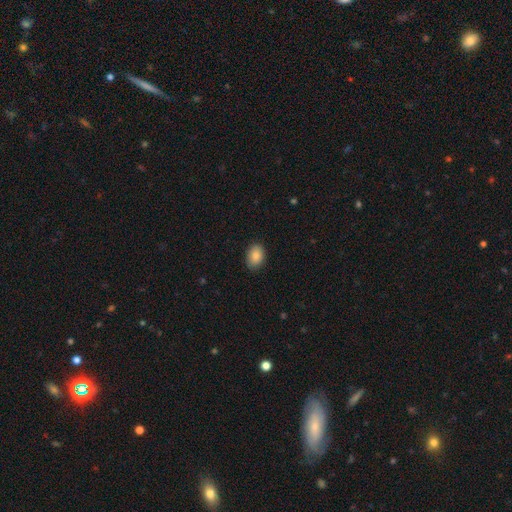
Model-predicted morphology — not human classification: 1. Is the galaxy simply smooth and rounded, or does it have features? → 87% smooth, 8% star or artifact, 6% featured or disk.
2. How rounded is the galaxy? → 78% in between, 21% round, 1% cigar-shaped.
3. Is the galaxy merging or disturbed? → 88% none, 9% minor disturbance, 2% major disturbance, 1% merger.